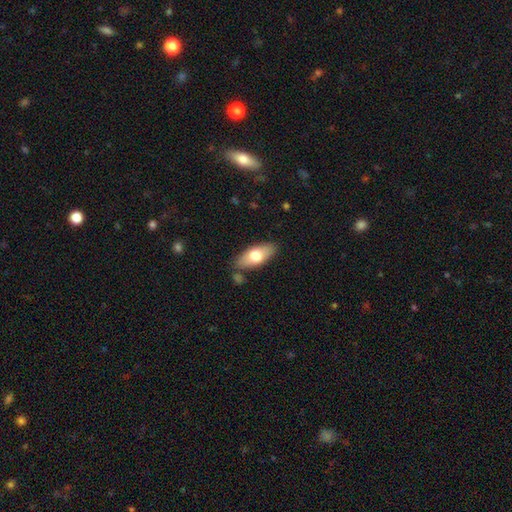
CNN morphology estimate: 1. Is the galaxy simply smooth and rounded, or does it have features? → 67% smooth, 27% featured or disk, 6% star or artifact.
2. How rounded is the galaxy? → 82% in between, 15% cigar-shaped, 3% round.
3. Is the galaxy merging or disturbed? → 81% none, 12% minor disturbance, 4% merger, 3% major disturbance.